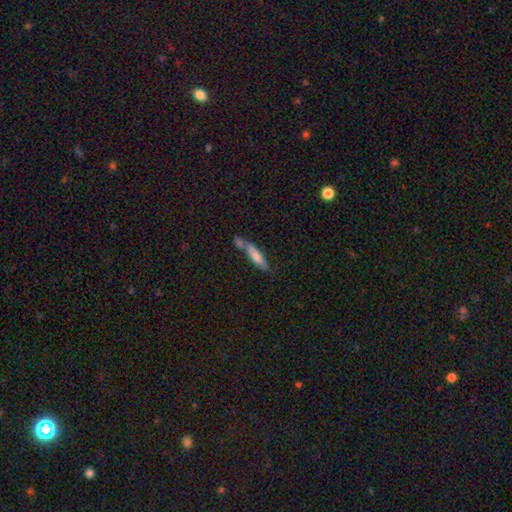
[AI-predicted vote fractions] This appears to be a smooth galaxy with no disk features (76%) that is cigar-shaped (72%). Merging: none (43%).